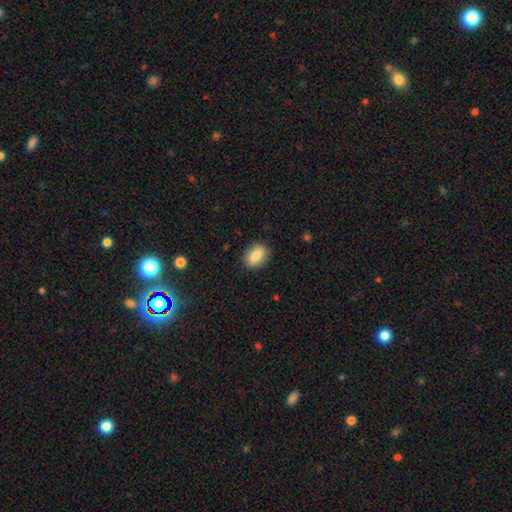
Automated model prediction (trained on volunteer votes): Overall: smooth (84%). How rounded: in between (77%). Merging: none (88%).